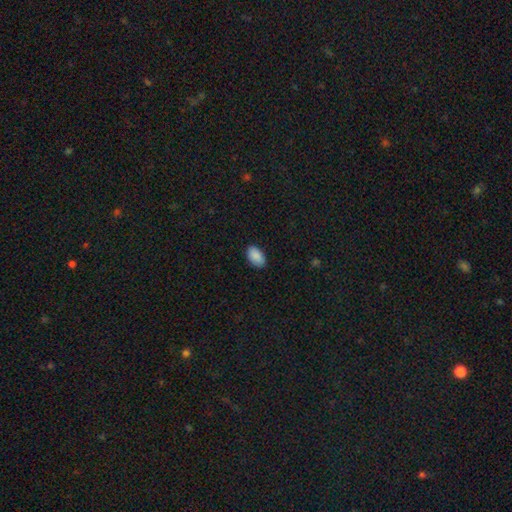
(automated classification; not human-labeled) smooth 90%, star or artifact 7%, featured or disk 3%. Down the decision tree: how rounded — in between (94%); merging — none (87%).